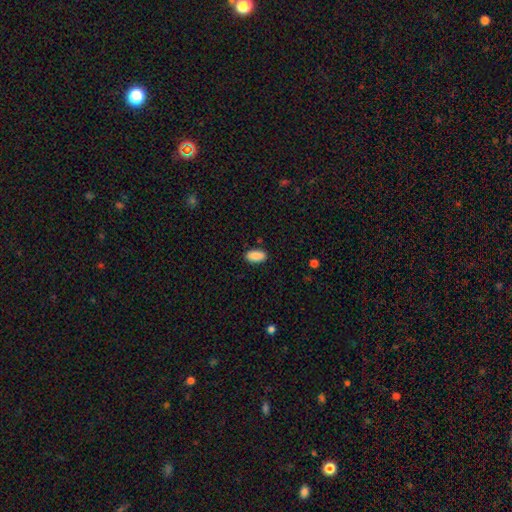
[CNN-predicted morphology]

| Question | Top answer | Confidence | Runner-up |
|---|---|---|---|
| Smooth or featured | smooth | 90% | star or artifact (7%) |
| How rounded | in between | 90% | cigar-shaped (8%) |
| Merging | none | 87% | minor disturbance (9%) |